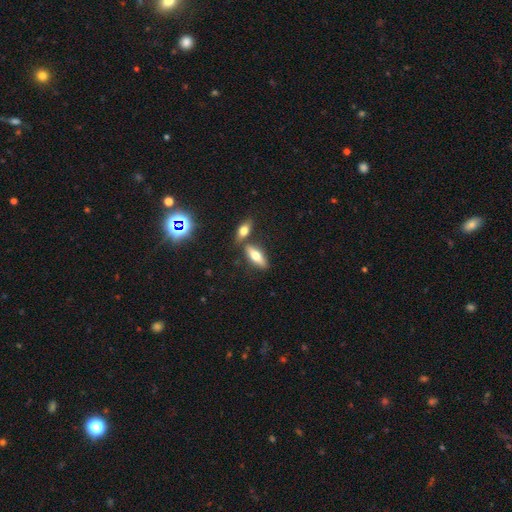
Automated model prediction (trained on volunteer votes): This appears to be a smooth galaxy with no disk features (61%) that is in between round and cigar-shaped (61%). Merging: none (64%).